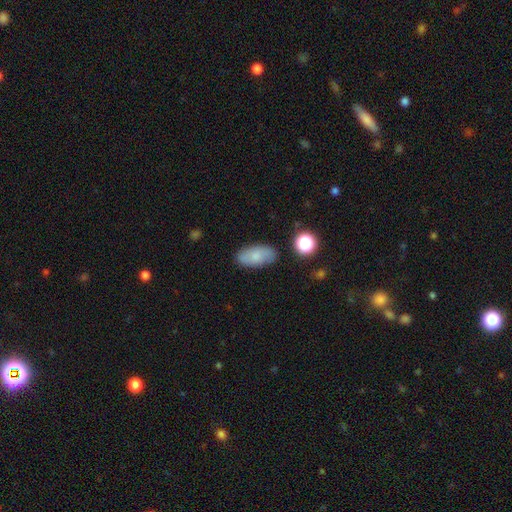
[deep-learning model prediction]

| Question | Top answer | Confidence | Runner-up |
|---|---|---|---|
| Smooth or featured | smooth | 76% | featured or disk (16%) |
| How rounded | in between | 92% | round (5%) |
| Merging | none | 81% | minor disturbance (13%) |